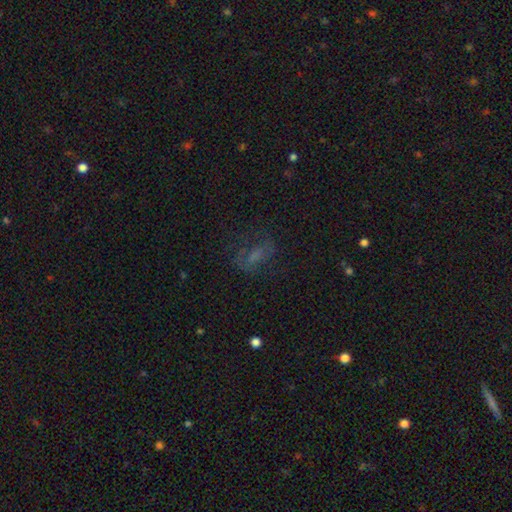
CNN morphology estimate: Overall: smooth (42%; featured or disk 31%). Merging: none (51%; major disturbance 26%).